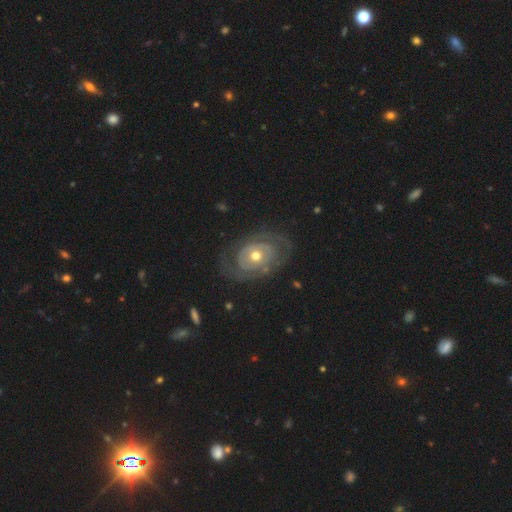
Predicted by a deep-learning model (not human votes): This appears to be a featured or disk galaxy (78%) with no bar (85%), spiral arms (66%) and a moderate central bulge (70%). Merging: none (69%).